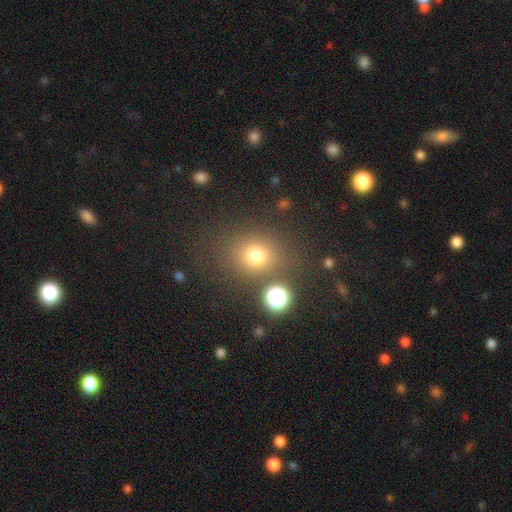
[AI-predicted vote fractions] Q: Smooth or featured?
A: smooth (74%); runner-up: star or artifact (18%)
Q: How rounded?
A: round (76%); runner-up: in between (23%)
Q: Merging?
A: none (77%); runner-up: minor disturbance (11%)